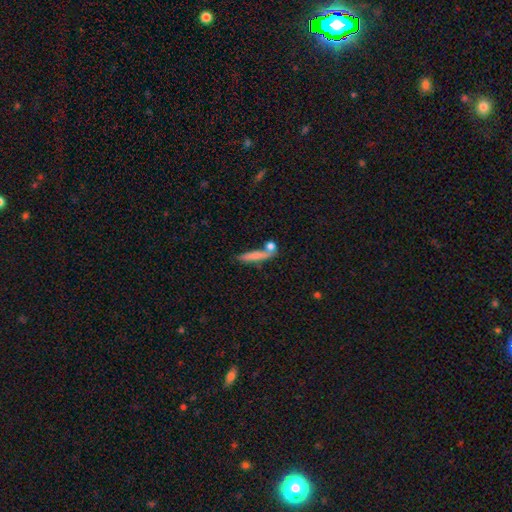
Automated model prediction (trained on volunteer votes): smooth_or_featured: smooth (p=0.73) [alt: featured or disk p=0.19]
how_rounded: cigar-shaped (p=0.83) [alt: in between p=0.13]
merging: none (p=0.59) [alt: merger p=0.21]